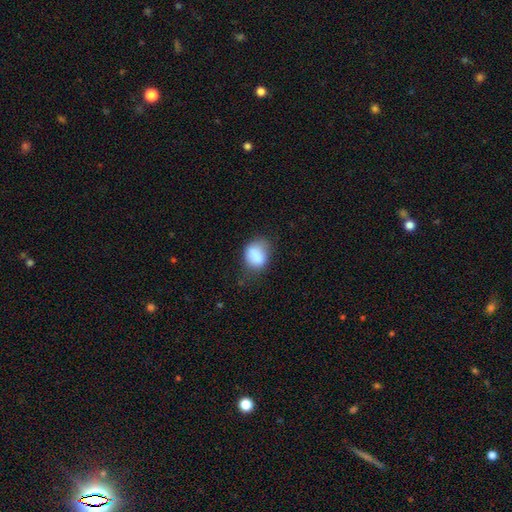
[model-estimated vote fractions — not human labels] smooth-or-featured: smooth: 83% | star or artifact: 9% | featured or disk: 9%
  how-rounded: in between: 61% | round: 37% | cigar-shaped: 1%
  merging: none: 53% | minor disturbance: 32% | major disturbance: 12% | merger: 4%